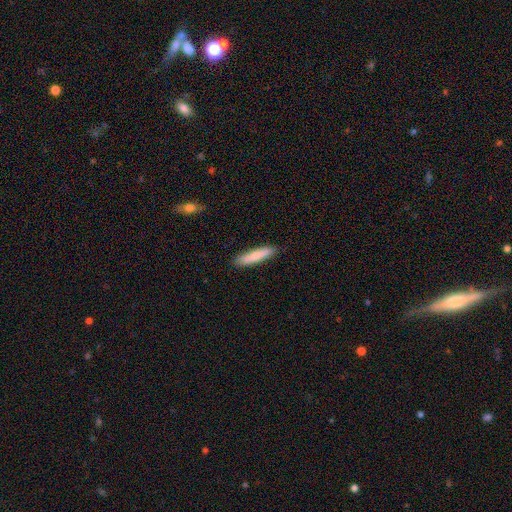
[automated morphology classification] Smooth or featured?
  - smooth: 76% *
  - featured or disk: 19%
  - star or artifact: 6%
How rounded?
  - cigar-shaped: 84% *
  - in between: 14%
  - round: 1%
Merging?
  - none: 88% *
  - minor disturbance: 9%
  - major disturbance: 2%
  - merger: 1%